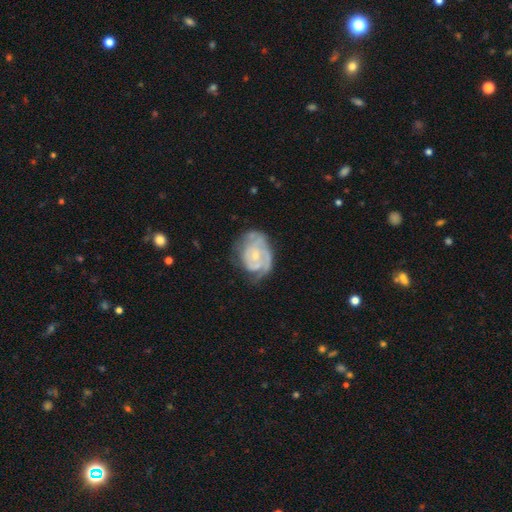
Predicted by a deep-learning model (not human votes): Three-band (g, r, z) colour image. It shows a featured or disk galaxy (77%) with no bar (72%), tight (59%) spiral arms (86%) and a small central bulge (64%). Merging: none (50%).